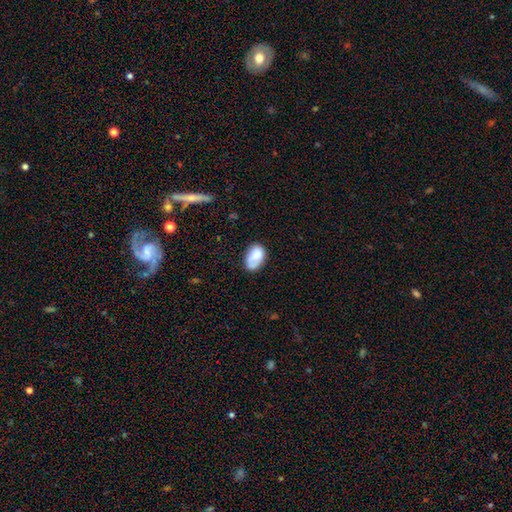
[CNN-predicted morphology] Smooth or featured? Predicted: smooth (p=0.76). How rounded? Predicted: in between (p=0.89). Merging? Predicted: none (p=0.57).